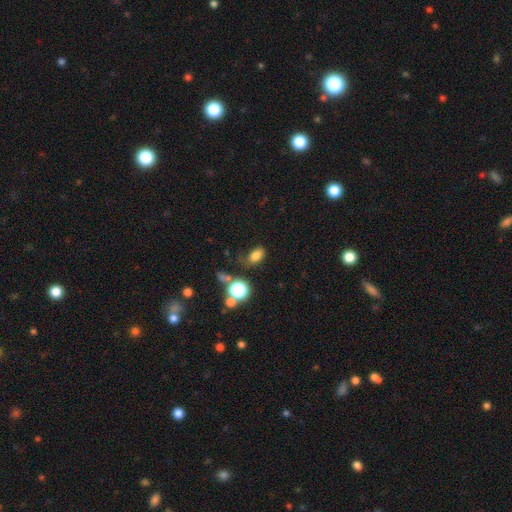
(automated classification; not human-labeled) This is likely a smooth galaxy (75%). How rounded: likely in between (80%). Merging: possibly none (59%).